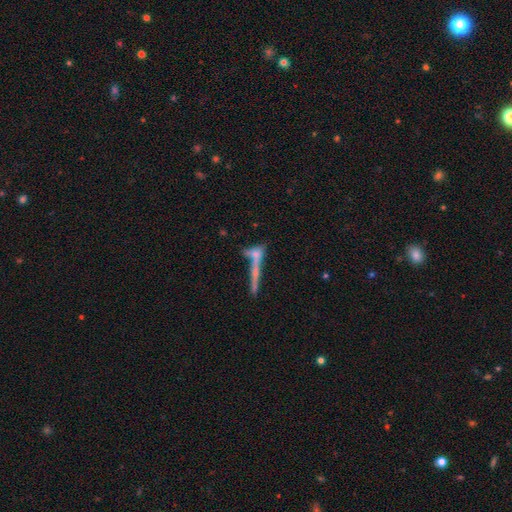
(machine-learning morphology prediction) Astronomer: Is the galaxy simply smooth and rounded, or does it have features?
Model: smooth — 46% (runner-up: featured or disk, 43%).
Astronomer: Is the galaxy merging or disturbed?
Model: none — 47% (runner-up: merger, 37%).